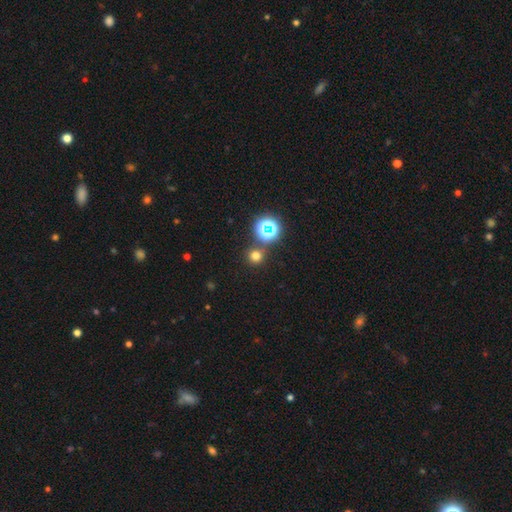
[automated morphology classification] A smooth galaxy with no disk features (67%) that is round (93%).

Vote fractions:
- Smooth or featured? smooth: 67% / star or artifact: 27% / featured or disk: 6%
- How rounded? round: 93% / in between: 6% / cigar-shaped: 1%
- Merging? none: 81% / merger: 10% / minor disturbance: 6% / major disturbance: 3%